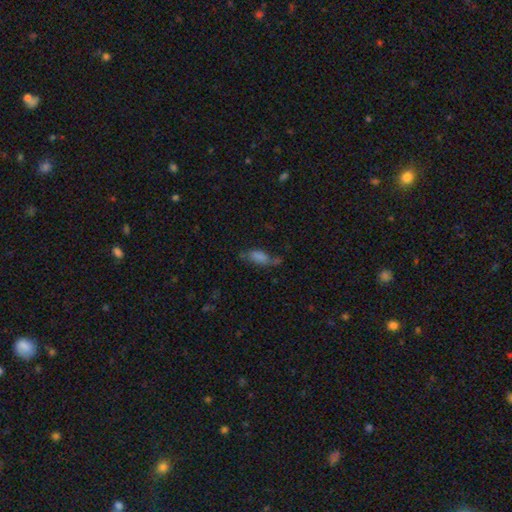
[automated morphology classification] smooth_or_featured: smooth (p=0.62) [alt: featured or disk p=0.21]
how_rounded: in between (p=0.67) [alt: cigar-shaped p=0.28]
merging: none (p=0.53) [alt: minor disturbance p=0.26]